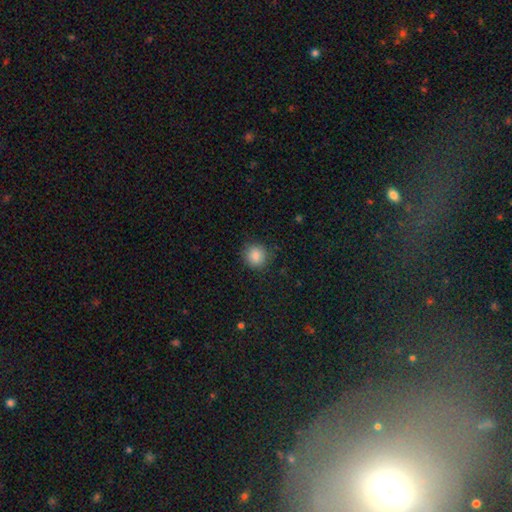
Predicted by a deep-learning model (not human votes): This is clearly a smooth galaxy (87%). How rounded: clearly round (89%). Merging: clearly none (85%).